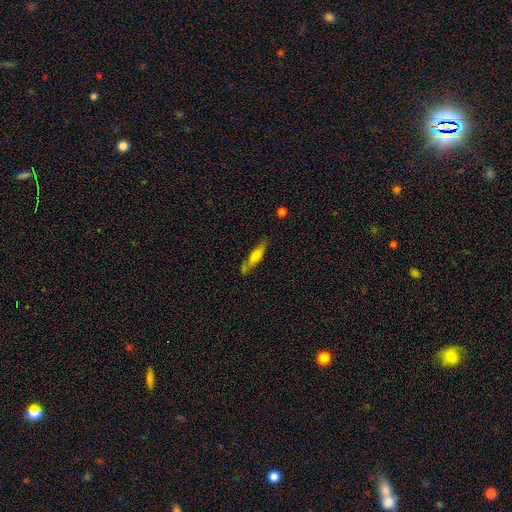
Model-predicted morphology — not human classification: smooth_or_featured: smooth (p=0.57) [alt: featured or disk p=0.36]
how_rounded: cigar-shaped (p=0.77) [alt: in between p=0.21]
merging: none (p=0.72) [alt: minor disturbance p=0.18]